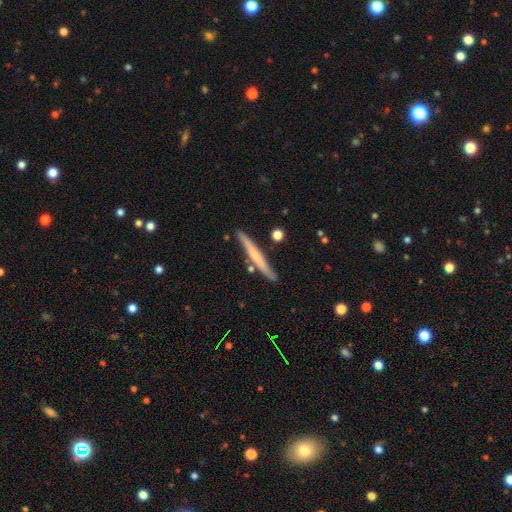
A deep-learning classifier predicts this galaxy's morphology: Smooth or featured? featured or disk (49%)
Merging? none (84%)